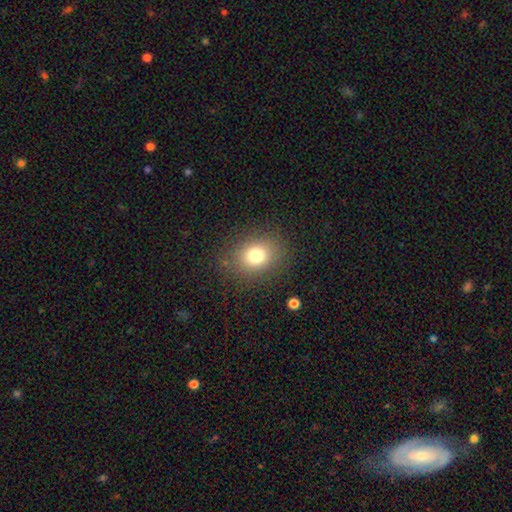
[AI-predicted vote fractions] Smooth or featured? smooth (77%)
How rounded? round (57%)
Merging? none (85%)